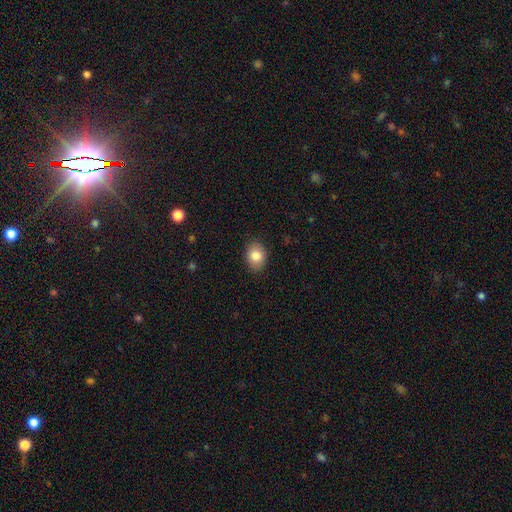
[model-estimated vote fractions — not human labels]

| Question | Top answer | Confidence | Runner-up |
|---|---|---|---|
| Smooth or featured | smooth | 84% | star or artifact (8%) |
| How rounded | in between | 66% | round (33%) |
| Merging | none | 87% | minor disturbance (10%) |